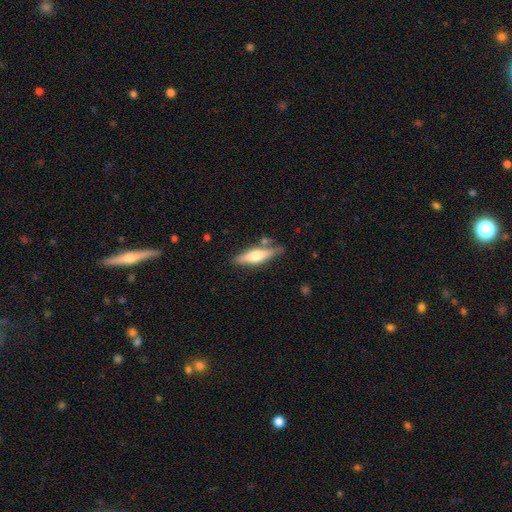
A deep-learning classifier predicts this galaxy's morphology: This is possibly a smooth galaxy (48%). Merging: likely none (75%).